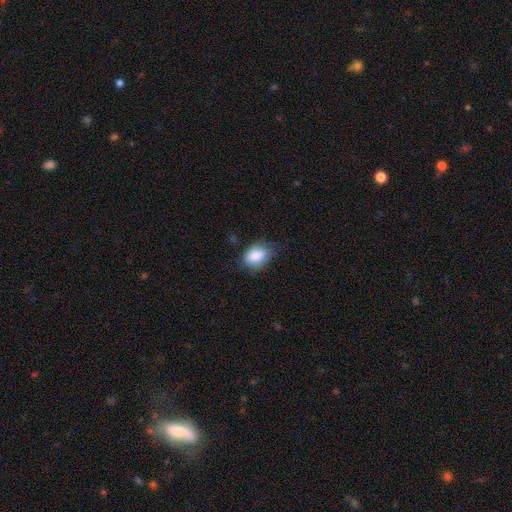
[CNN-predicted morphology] Overall: smooth (86%). How rounded: in between (79%). Merging: none (68%).